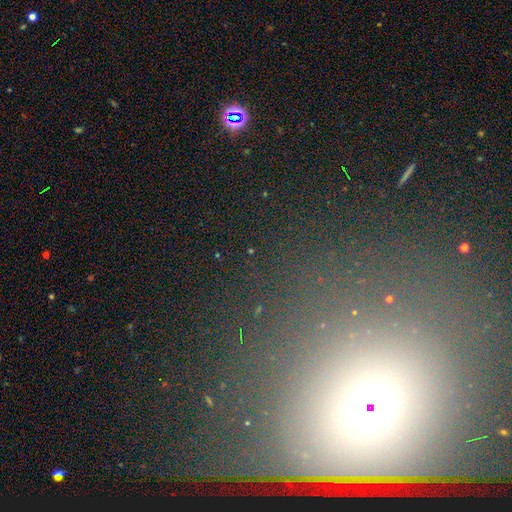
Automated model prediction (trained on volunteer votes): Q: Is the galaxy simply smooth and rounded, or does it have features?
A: star or artifact — 44%.